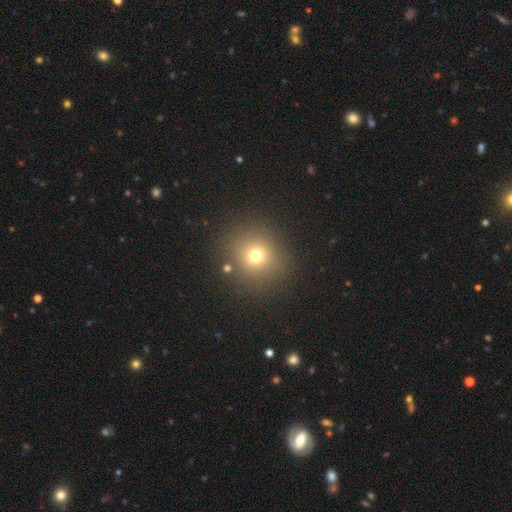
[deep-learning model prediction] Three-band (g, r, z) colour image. It shows a smooth galaxy with no disk features (70%) that is round (88%). Merging: none (86%).